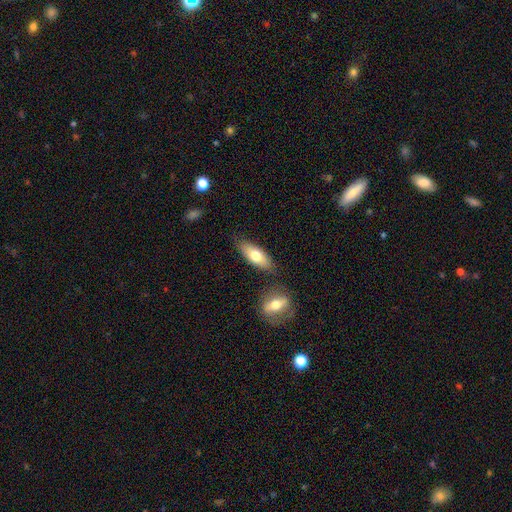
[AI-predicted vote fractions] Overall: smooth (71%). How rounded: in between (72%). Merging: none (75%).